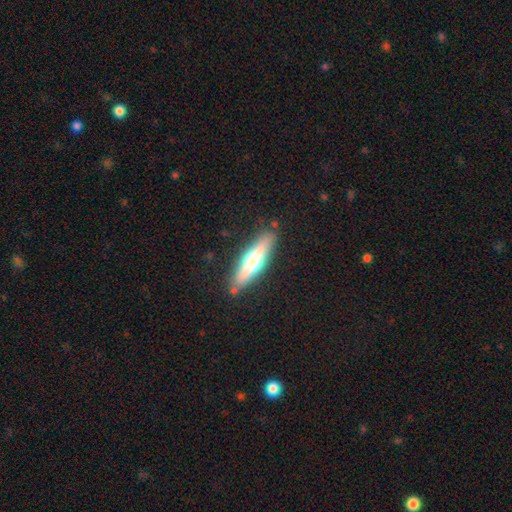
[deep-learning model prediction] featured or disk 50%, smooth 43%, star or artifact 6%. Down the decision tree: edge-on disk — yes (90%); merging — none (83%).